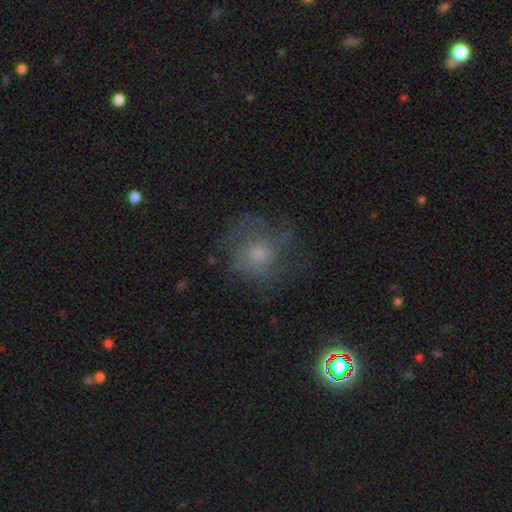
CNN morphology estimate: featured or disk 44%, smooth 37%, star or artifact 18%. Down the decision tree: merging — none (63%).